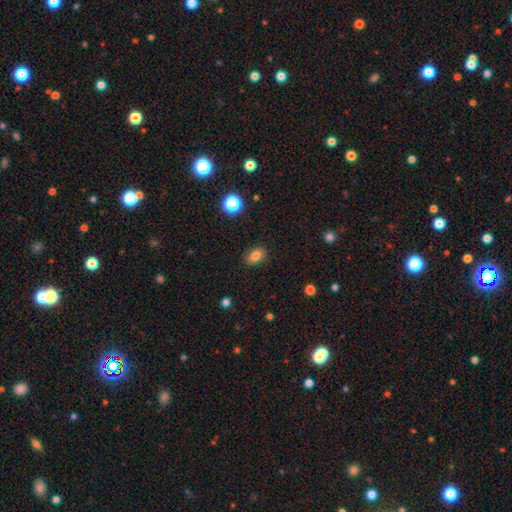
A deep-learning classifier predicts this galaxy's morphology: type=smooth (82%); roundness=in between (81%); merging=none (86%).